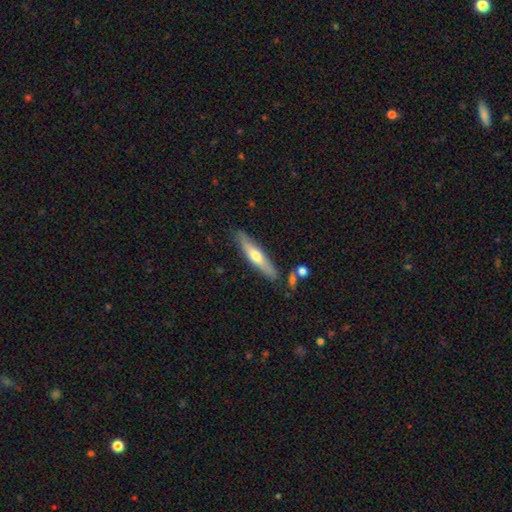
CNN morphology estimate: This is possibly a smooth galaxy (48%). Merging: clearly none (83%).